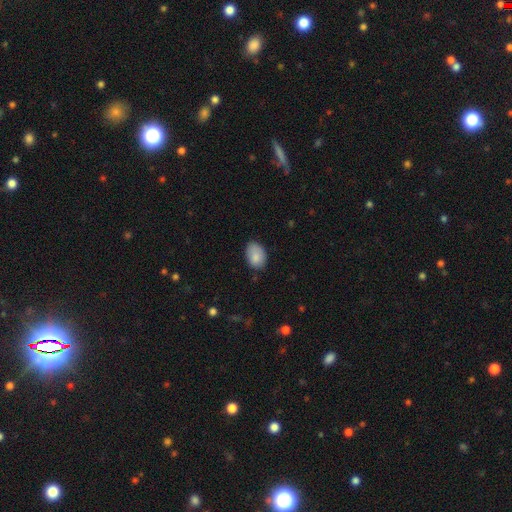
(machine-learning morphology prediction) smooth-or-featured: smooth: 86% | star or artifact: 7% | featured or disk: 7%
  how-rounded: in between: 86% | round: 13% | cigar-shaped: 1%
  merging: none: 74% | minor disturbance: 21% | major disturbance: 4% | merger: 2%